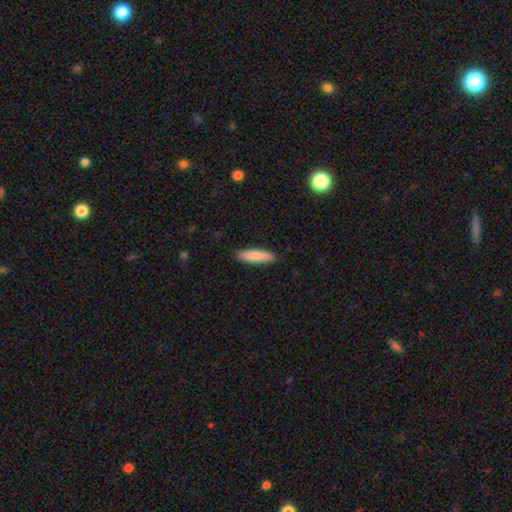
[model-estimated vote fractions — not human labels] smooth 85%, featured or disk 10%, star or artifact 5%. Down the decision tree: how rounded — cigar-shaped (70%); merging — none (88%).